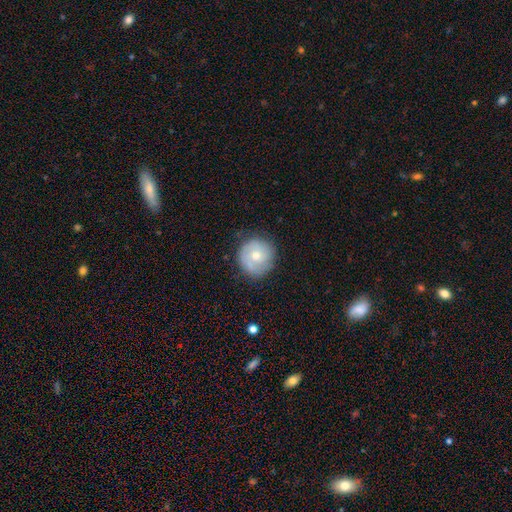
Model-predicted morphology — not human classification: smooth_or_featured: featured or disk (p=0.50) [alt: smooth p=0.43]
disk_edge_on: no (p=0.98) [alt: yes p=0.02]
merging: none (p=0.77) [alt: minor disturbance p=0.17]